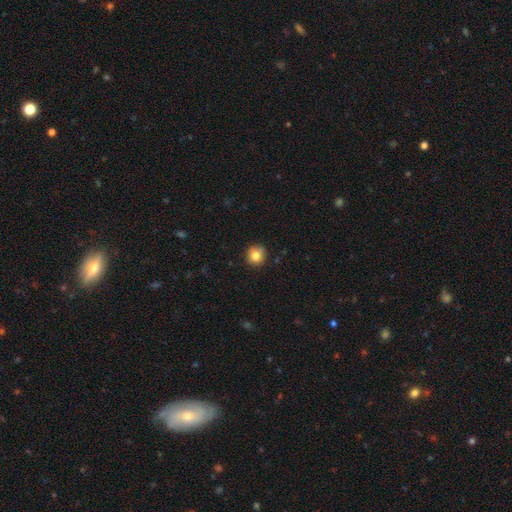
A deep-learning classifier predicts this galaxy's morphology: type=smooth (83%); roundness=round (92%); merging=none (88%).